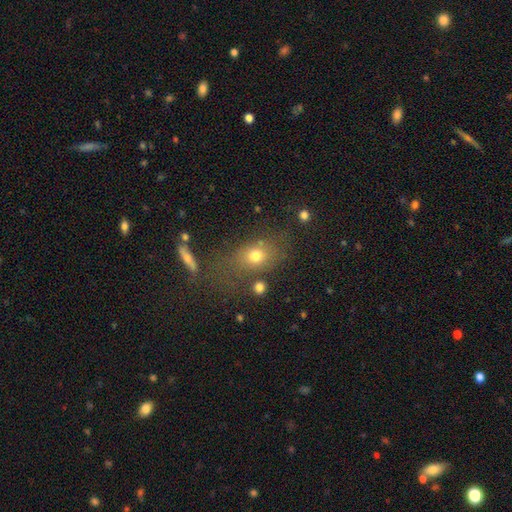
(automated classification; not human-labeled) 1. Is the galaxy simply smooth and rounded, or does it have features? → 69% smooth, 16% star or artifact, 15% featured or disk.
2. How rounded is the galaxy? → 59% in between, 37% round, 4% cigar-shaped.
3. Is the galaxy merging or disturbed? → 63% none, 15% minor disturbance, 12% merger, 10% major disturbance.